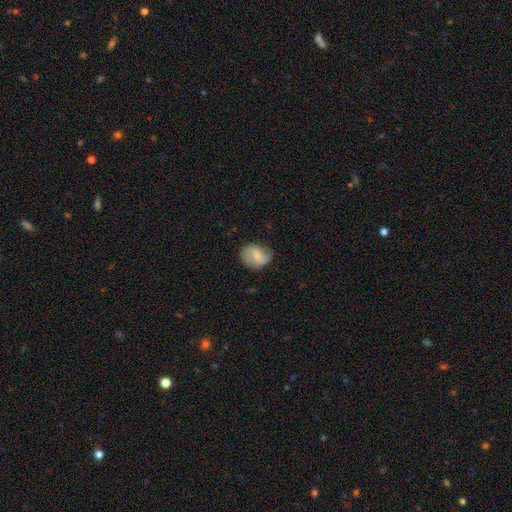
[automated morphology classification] smooth_or_featured: smooth (p=0.49) [alt: featured or disk p=0.44]
merging: none (p=0.67) [alt: minor disturbance p=0.25]